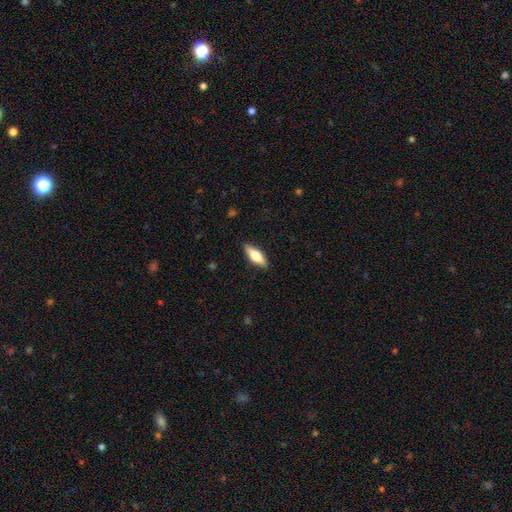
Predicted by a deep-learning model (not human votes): smooth_or_featured: smooth (p=0.60) [alt: featured or disk p=0.34]
how_rounded: in between (p=0.61) [alt: cigar-shaped p=0.36]
merging: none (p=0.88) [alt: minor disturbance p=0.09]